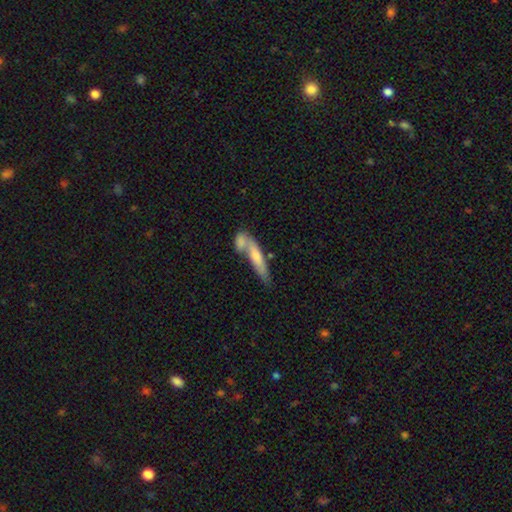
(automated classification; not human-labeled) Smooth or featured?
  - smooth: 57% *
  - featured or disk: 36%
  - star or artifact: 7%
How rounded?
  - cigar-shaped: 80% *
  - in between: 17%
  - round: 3%
Merging?
  - merger: 41% *
  - none: 40%
  - minor disturbance: 13%
  - major disturbance: 6%